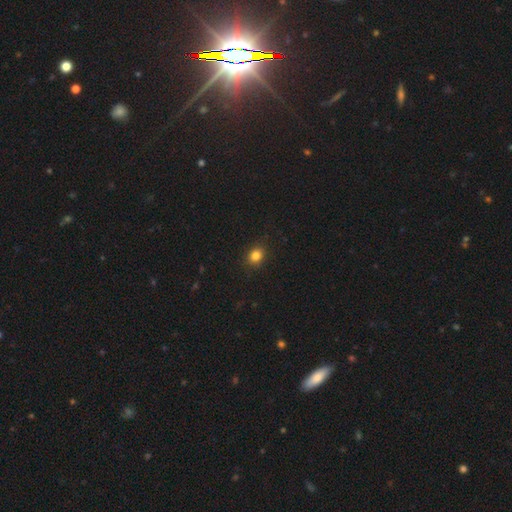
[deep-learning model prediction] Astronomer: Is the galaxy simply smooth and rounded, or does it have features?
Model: smooth — 83%.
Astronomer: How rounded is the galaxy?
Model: round — 61% (runner-up: in between, 38%).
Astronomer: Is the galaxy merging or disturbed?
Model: none — 88%.